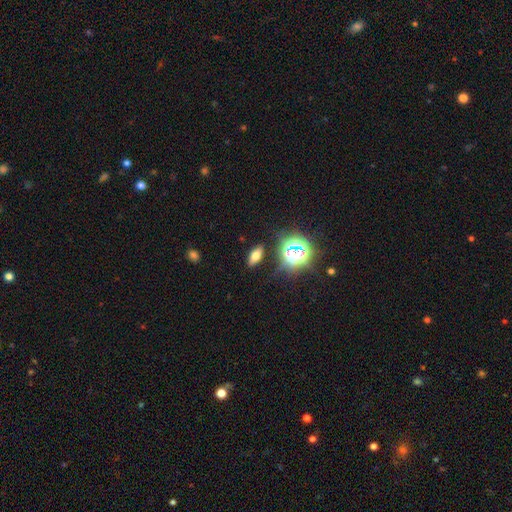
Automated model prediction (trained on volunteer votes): A smooth galaxy with no disk features (55%) that is in between round and cigar-shaped (76%). Merging: none (88%).